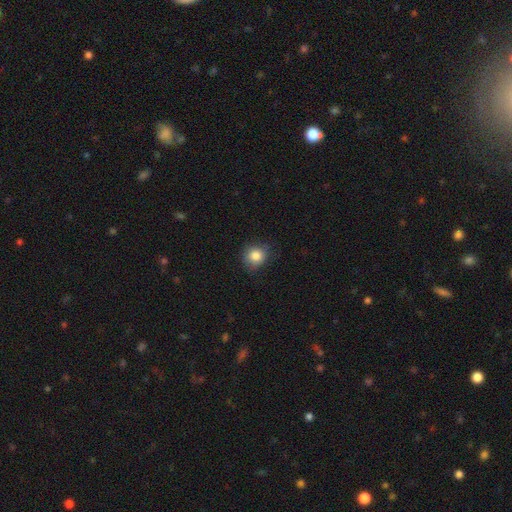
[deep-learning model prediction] A smooth galaxy with no disk features (84%) that is round (83%). Merging: none (78%).